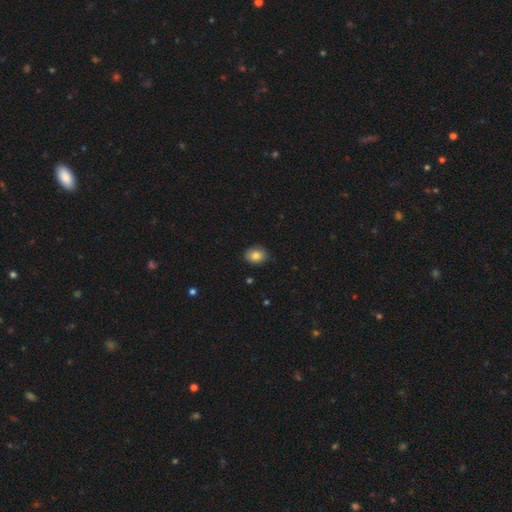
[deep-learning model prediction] Q: Smooth or featured?
A: smooth (82%); runner-up: star or artifact (9%)
Q: How rounded?
A: round (50%); runner-up: in between (49%)
Q: Merging?
A: none (84%); runner-up: minor disturbance (13%)